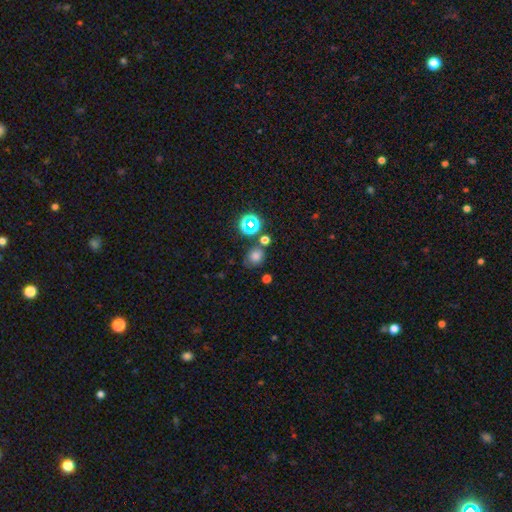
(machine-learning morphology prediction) A smooth galaxy with no disk features (71%) that is round (67%).

Vote fractions:
- Smooth or featured? smooth: 71% / star or artifact: 22% / featured or disk: 8%
- How rounded? round: 67% / in between: 32% / cigar-shaped: 1%
- Merging? none: 70% / minor disturbance: 14% / merger: 11% / major disturbance: 5%